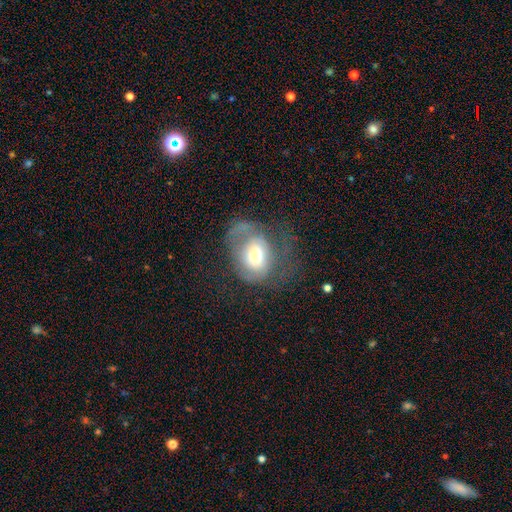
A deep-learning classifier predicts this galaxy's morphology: smooth-or-featured: smooth: 51% | featured or disk: 40% | star or artifact: 9%
  how-rounded: round: 52% | in between: 47% | cigar-shaped: 1%
  merging: major disturbance: 49% | none: 27% | minor disturbance: 21% | merger: 3%